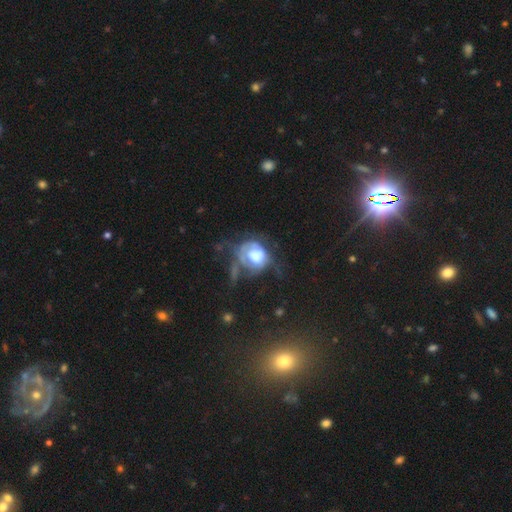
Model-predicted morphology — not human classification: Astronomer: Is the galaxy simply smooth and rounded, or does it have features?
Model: featured or disk — 52% (runner-up: smooth, 37%).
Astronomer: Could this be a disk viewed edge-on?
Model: no — 96%.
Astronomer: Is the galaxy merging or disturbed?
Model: major disturbance — 45% (runner-up: none, 24%).